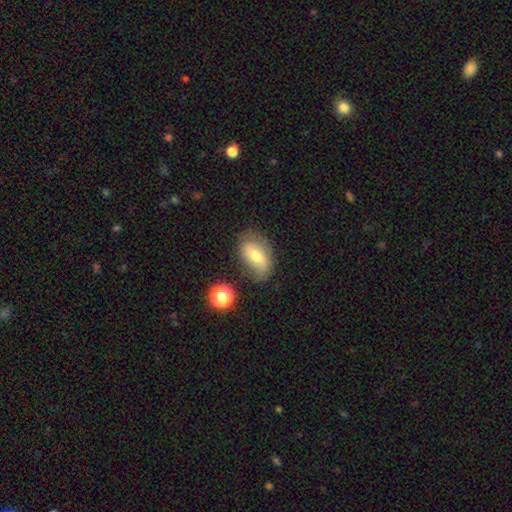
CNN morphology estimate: This is possibly a smooth galaxy (56%). How rounded: clearly in between (87%). Merging: likely none (68%).